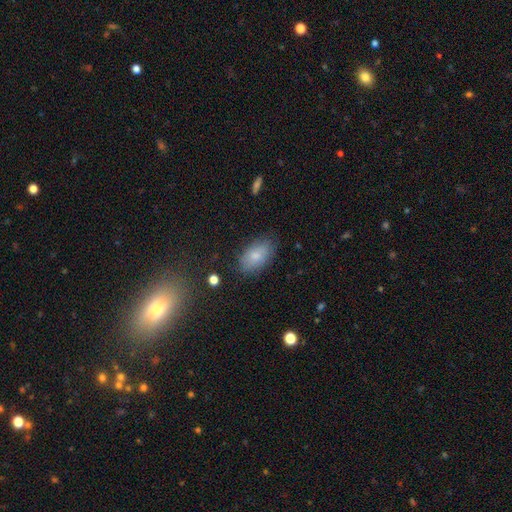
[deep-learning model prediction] Overall: smooth (79%). How rounded: in between (92%). Merging: none (81%).